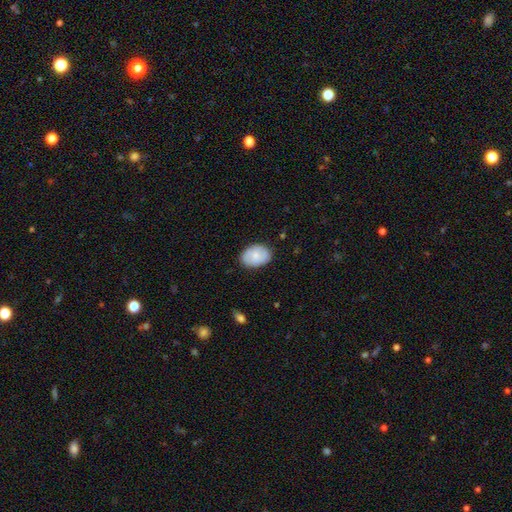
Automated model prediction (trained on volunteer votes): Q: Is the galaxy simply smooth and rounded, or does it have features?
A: smooth — 72%.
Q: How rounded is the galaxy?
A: in between — 79%.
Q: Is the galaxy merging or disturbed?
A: none — 83%.